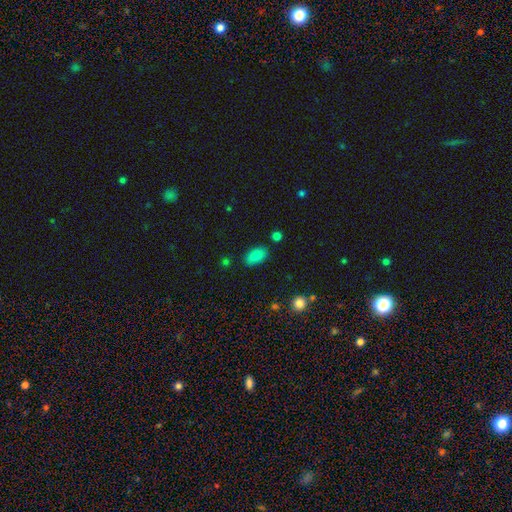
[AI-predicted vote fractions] A smooth galaxy with no disk features (86%) that is in between round and cigar-shaped (92%). Merging: none (83%).